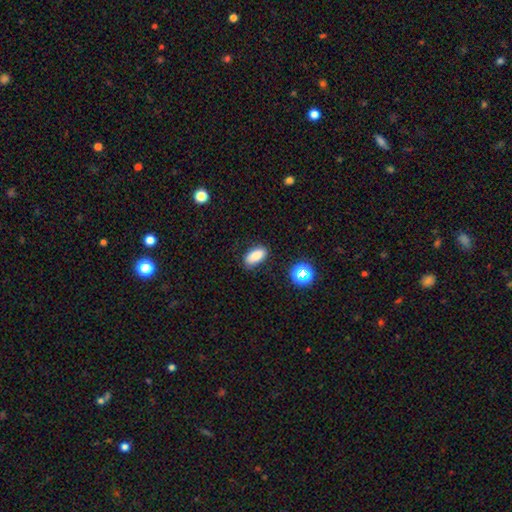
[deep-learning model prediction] A smooth galaxy with no disk features (84%) that is in between round and cigar-shaped (91%).

Vote fractions:
- Smooth or featured? smooth: 84% / star or artifact: 10% / featured or disk: 6%
- How rounded? in between: 91% / round: 5% / cigar-shaped: 4%
- Merging? none: 83% / minor disturbance: 12% / major disturbance: 3% / merger: 2%